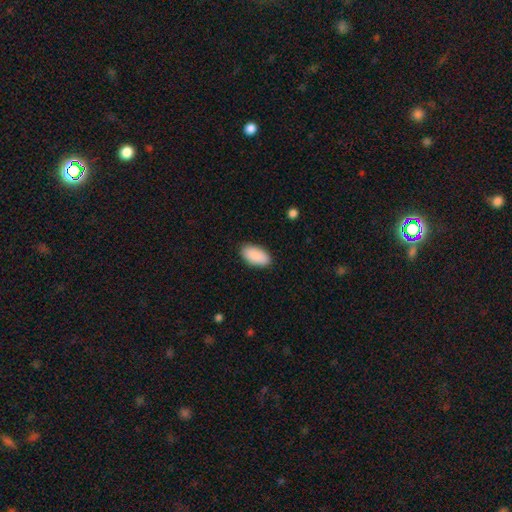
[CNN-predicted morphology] smooth-or-featured: smooth: 91% | star or artifact: 6% | featured or disk: 3%
  how-rounded: in between: 95% | cigar-shaped: 3% | round: 2%
  merging: none: 88% | minor disturbance: 9% | major disturbance: 2% | merger: 1%